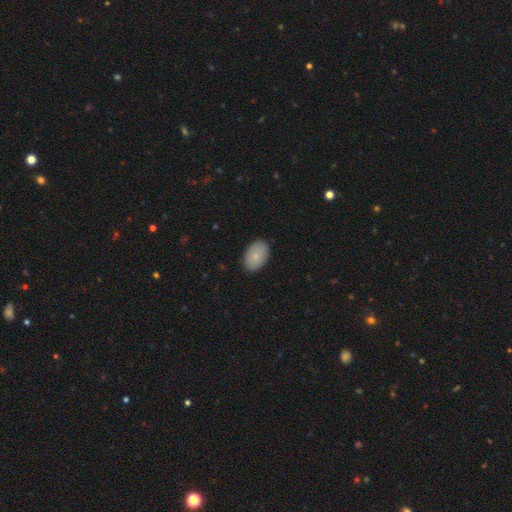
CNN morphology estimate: type=smooth (82%); roundness=in between (89%); merging=none (88%).